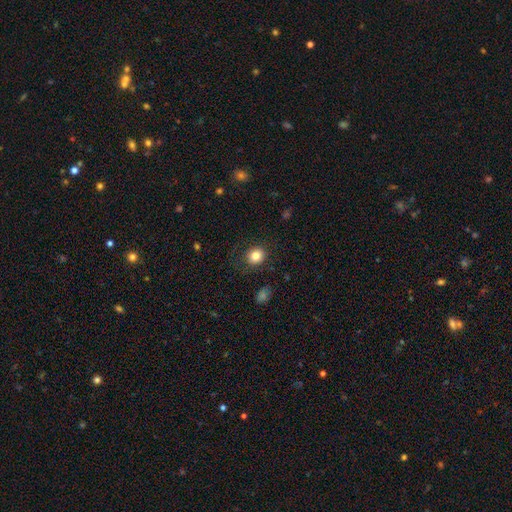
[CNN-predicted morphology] smooth 82%, star or artifact 11%, featured or disk 7%. Down the decision tree: how rounded — round (77%); merging — none (83%).